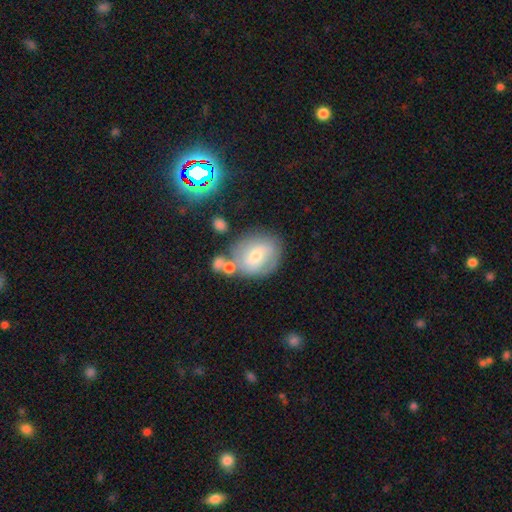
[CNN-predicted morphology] Smooth or featured: featured or disk — 52% (smooth — 40%)
Edge-on disk: no — 95% (yes — 5%)
Merging: none — 61% (minor disturbance — 18%)